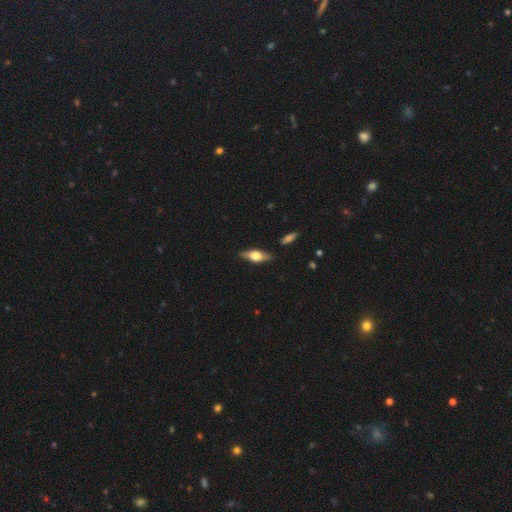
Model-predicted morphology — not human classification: smooth_or_featured: featured or disk (p=0.51) [alt: smooth p=0.43]
disk_edge_on: yes (p=0.89) [alt: no p=0.11]
merging: none (p=0.86) [alt: minor disturbance p=0.11]